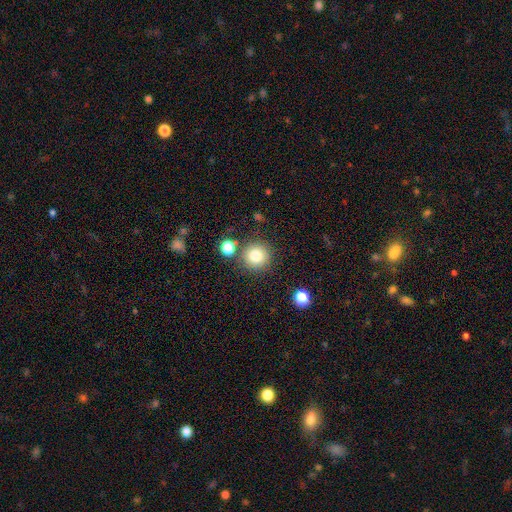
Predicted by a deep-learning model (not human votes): Overall: smooth (81%). How rounded: round (94%). Merging: none (80%).